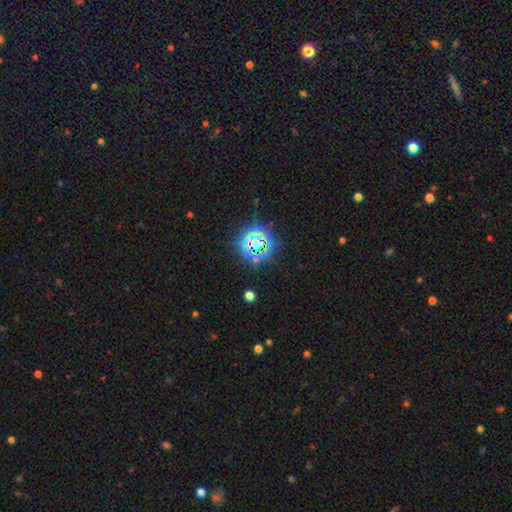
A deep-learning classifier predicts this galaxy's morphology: A star or artifact, not a galaxy (76%).

Vote fractions:
- Smooth or featured? star or artifact: 76% / smooth: 15% / featured or disk: 9%